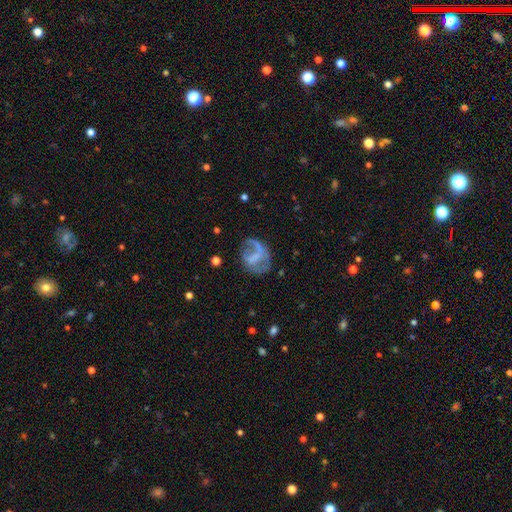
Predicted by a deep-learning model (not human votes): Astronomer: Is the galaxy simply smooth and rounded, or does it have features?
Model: featured or disk — 61%.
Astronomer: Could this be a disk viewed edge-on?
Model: no — 97%.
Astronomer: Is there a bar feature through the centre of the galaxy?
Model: no — 41% (runner-up: weak, 34%).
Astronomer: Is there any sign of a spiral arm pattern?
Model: yes — 58% (runner-up: no, 42%).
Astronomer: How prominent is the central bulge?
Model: none — 61%.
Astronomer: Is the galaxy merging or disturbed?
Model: none — 47% (runner-up: major disturbance, 29%).